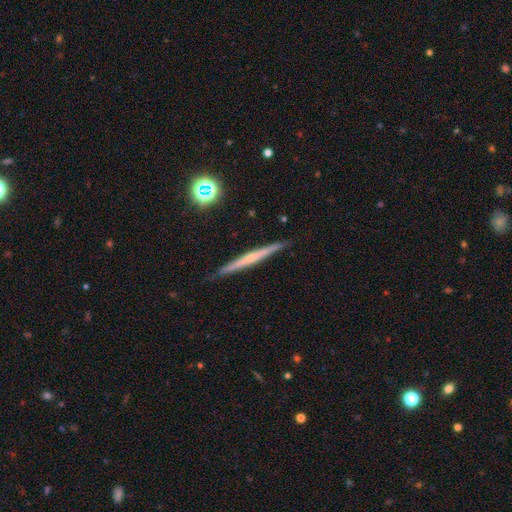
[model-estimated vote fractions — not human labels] Smooth or featured? Predicted: featured or disk (p=0.63). Edge-on disk? Predicted: yes (p=0.97). Edge-on bulge? Predicted: none (p=0.60). Merging? Predicted: none (p=0.89).